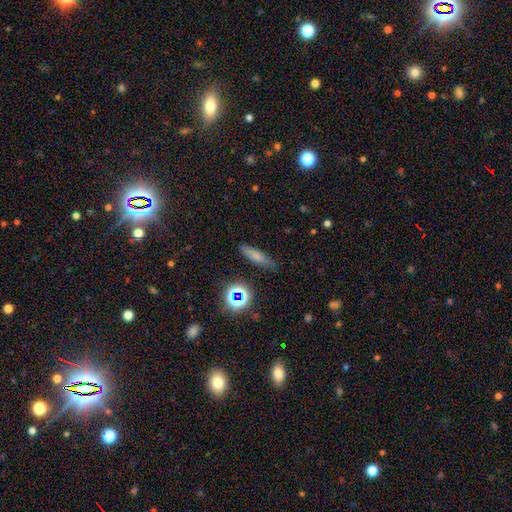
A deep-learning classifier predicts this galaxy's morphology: smooth-or-featured: smooth: 62% | featured or disk: 19% | star or artifact: 18%
  how-rounded: cigar-shaped: 56% | in between: 37% | round: 7%
  merging: none: 77% | minor disturbance: 17% | major disturbance: 5% | merger: 2%